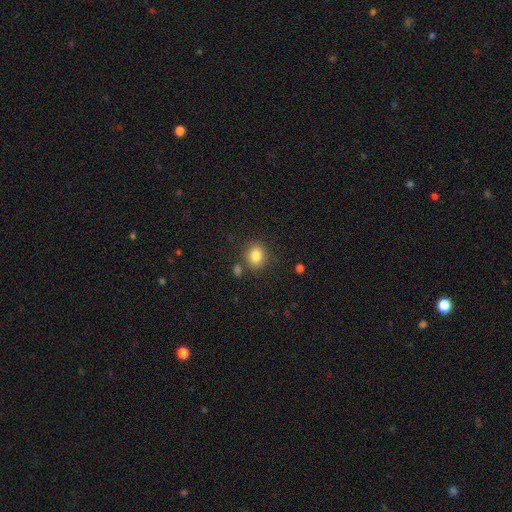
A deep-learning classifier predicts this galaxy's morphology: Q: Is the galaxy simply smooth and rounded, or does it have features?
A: smooth — 83%.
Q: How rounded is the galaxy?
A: round — 69%.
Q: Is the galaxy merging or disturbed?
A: none — 81%.